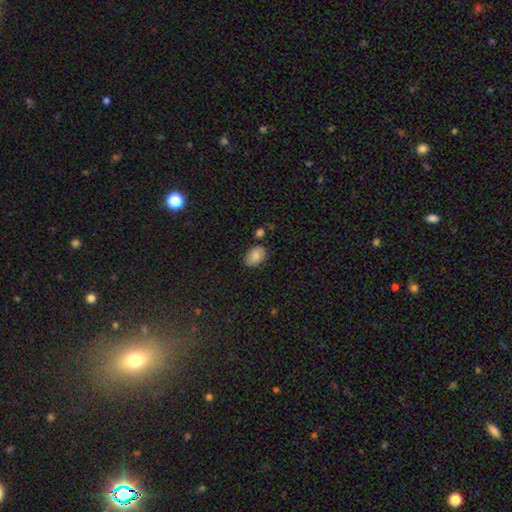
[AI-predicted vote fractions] This is clearly a smooth galaxy (81%). How rounded: clearly in between (86%). Merging: likely none (78%).